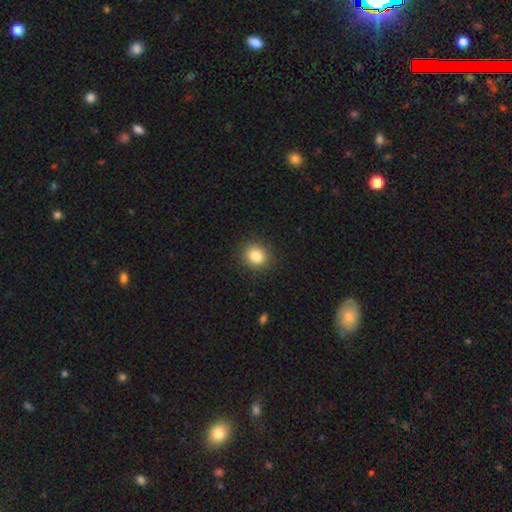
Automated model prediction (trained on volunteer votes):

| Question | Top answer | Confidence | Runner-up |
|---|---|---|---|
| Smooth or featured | smooth | 84% | star or artifact (10%) |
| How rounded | round | 77% | in between (22%) |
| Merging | none | 90% | minor disturbance (7%) |